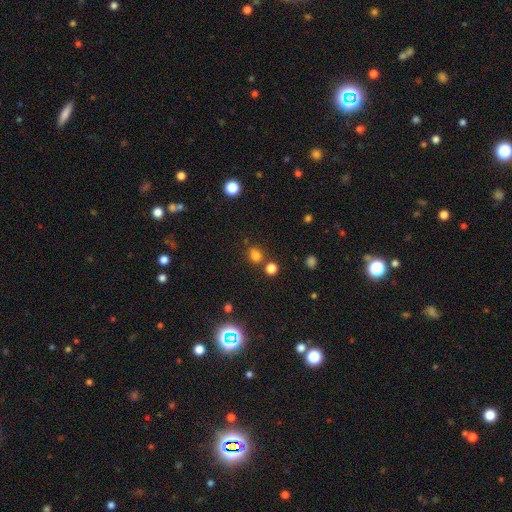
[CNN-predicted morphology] type=smooth (76%); roundness=round (72%); merging=none (73%).